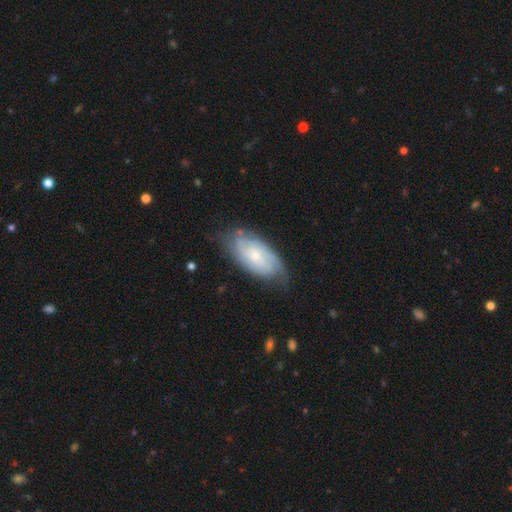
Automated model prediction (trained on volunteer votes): Smooth or featured?
  - featured or disk: 73% *
  - smooth: 22%
  - star or artifact: 6%
Edge-on disk?
  - no: 94% *
  - yes: 6%
Bar?
  - no: 73% *
  - weak: 23%
  - strong: 4%
Spiral arms?
  - yes: 90% *
  - no: 10%
Spiral winding?
  - tight: 63% *
  - medium: 28%
  - loose: 9%
Spiral arm count?
  - can't tell: 42% *
  - 2: 31%
  - 3: 12%
  - 4: 6%
  - 1: 4%
  - more than 4: 4%
Bulge size?
  - small: 69% *
  - moderate: 27%
  - none: 2%
  - large: 1%
  - dominant: 1%
Merging?
  - none: 68% *
  - minor disturbance: 23%
  - major disturbance: 7%
  - merger: 1%